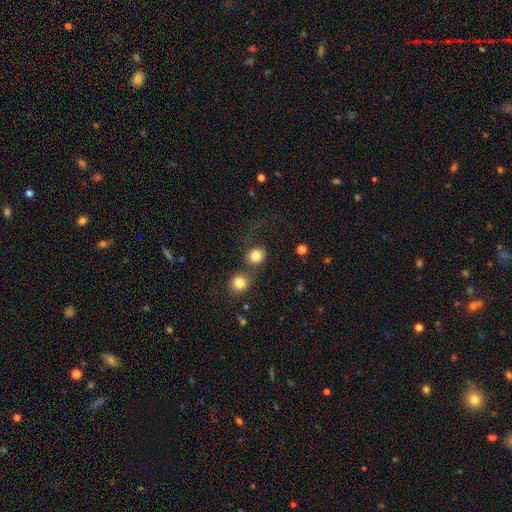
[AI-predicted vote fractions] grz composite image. It shows a smooth galaxy with no disk features (81%) that is round (77%). Merging: none (49%).